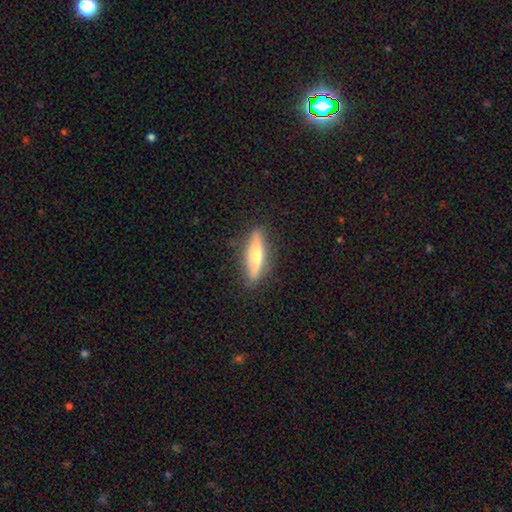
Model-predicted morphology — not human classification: This is possibly a smooth galaxy (50%). Merging: clearly none (87%).